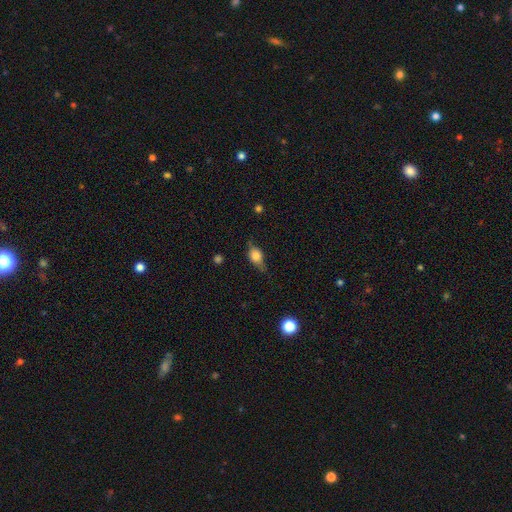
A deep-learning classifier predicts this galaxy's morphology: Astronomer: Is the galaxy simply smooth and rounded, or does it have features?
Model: smooth — 55% (runner-up: featured or disk, 35%).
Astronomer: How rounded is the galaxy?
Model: in between — 62%.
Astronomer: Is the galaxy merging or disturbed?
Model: none — 62%.